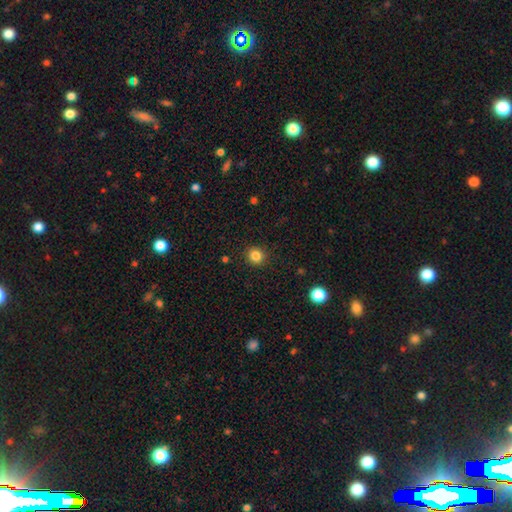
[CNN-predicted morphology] Smooth or featured? smooth (84%)
How rounded? round (90%)
Merging? none (91%)